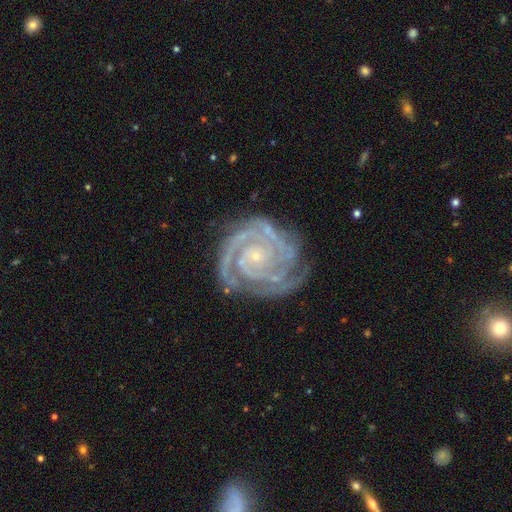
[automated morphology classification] This appears to be a featured or disk galaxy (92%) with no bar (75%), 2 (36%) tight (82%) spiral arms (99%) and a small central bulge (88%). Merging: none (73%).